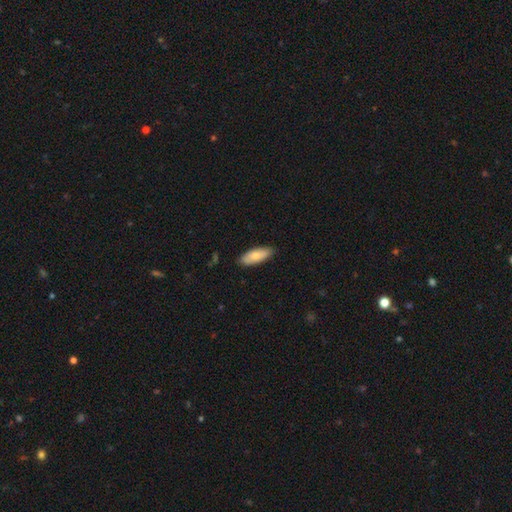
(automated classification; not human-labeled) This appears to be a smooth galaxy with no disk features (78%) that is in between round and cigar-shaped (75%). Merging: none (86%).